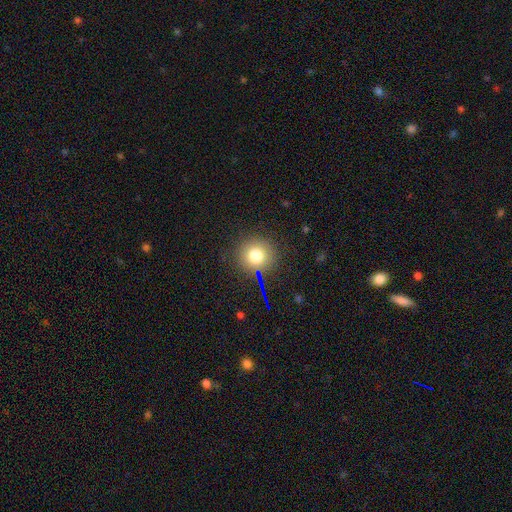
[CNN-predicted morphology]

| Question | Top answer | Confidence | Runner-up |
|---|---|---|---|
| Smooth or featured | smooth | 76% | star or artifact (16%) |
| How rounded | round | 89% | in between (10%) |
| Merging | none | 83% | minor disturbance (9%) |